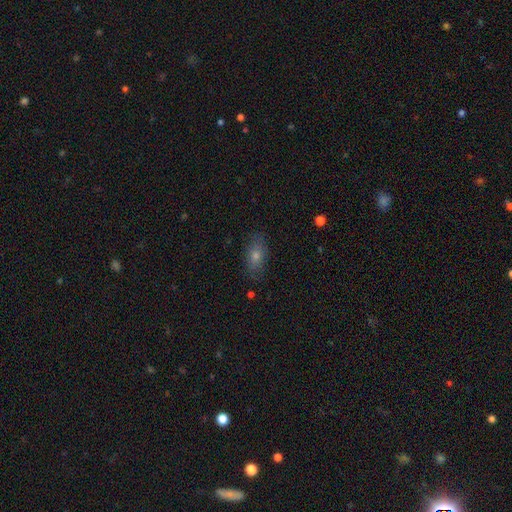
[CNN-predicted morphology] Smooth or featured?
  - smooth: 61% *
  - featured or disk: 24%
  - star or artifact: 15%
How rounded?
  - in between: 78% *
  - cigar-shaped: 13%
  - round: 9%
Merging?
  - none: 83% *
  - minor disturbance: 13%
  - major disturbance: 3%
  - merger: 1%